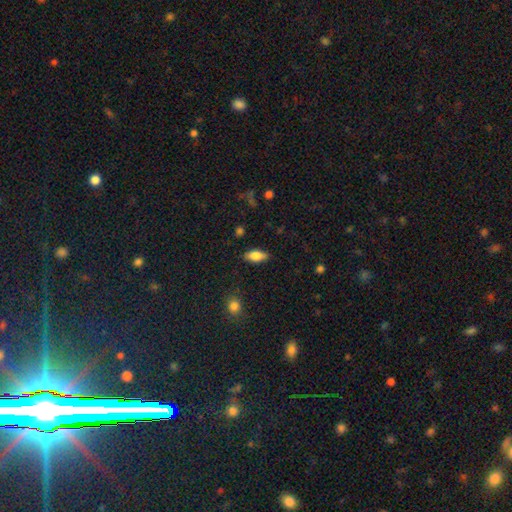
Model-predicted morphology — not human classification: This is clearly a smooth galaxy (80%). How rounded: clearly in between (87%). Merging: clearly none (85%).